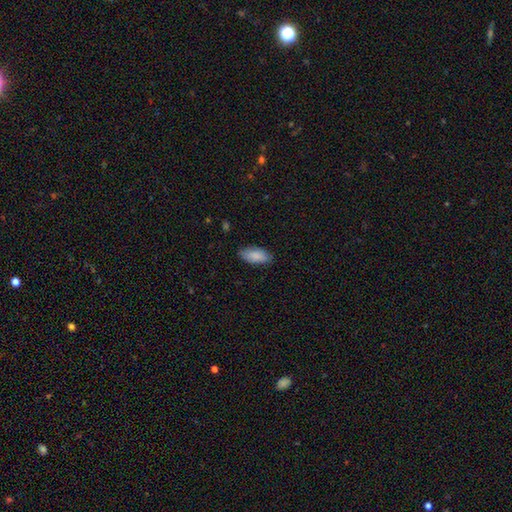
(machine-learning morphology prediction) Smooth or featured? Predicted: smooth (p=0.87). How rounded? Predicted: in between (p=0.90). Merging? Predicted: none (p=0.84).